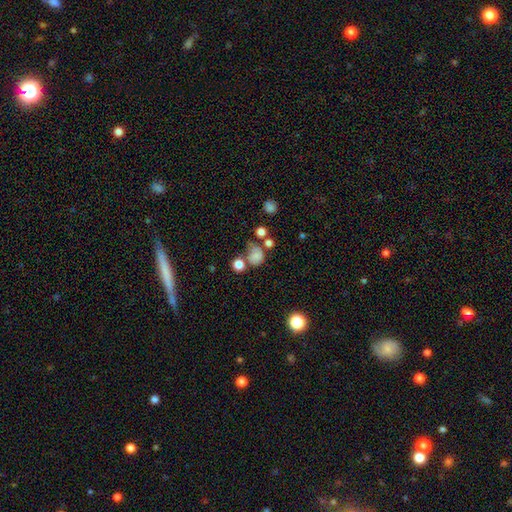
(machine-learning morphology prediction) Smooth or featured: smooth — 70% (star or artifact — 16%)
How rounded: round — 68% (in between — 31%)
Merging: none — 39% (minor disturbance — 23%)